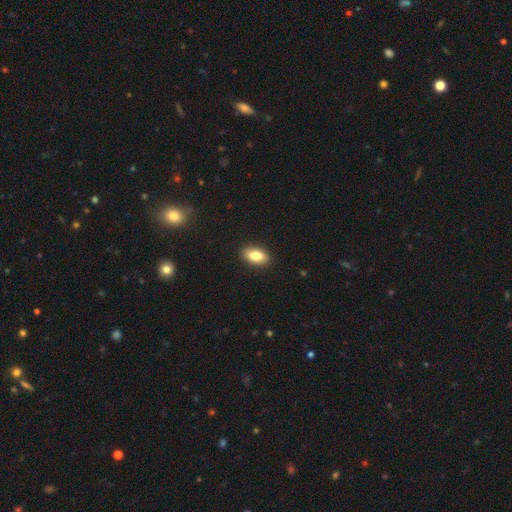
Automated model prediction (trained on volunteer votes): A smooth galaxy with no disk features (85%) that is in between round and cigar-shaped (92%). Merging: none (90%).